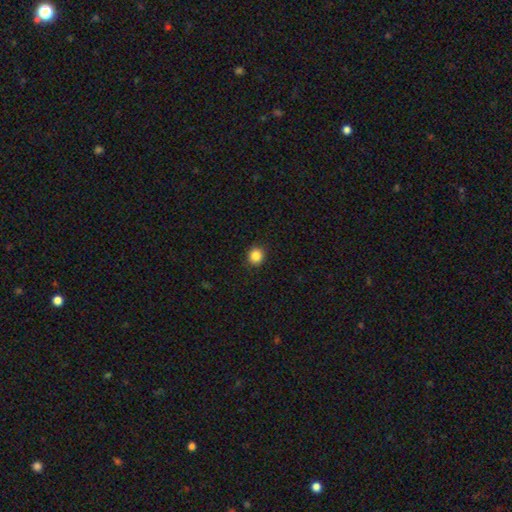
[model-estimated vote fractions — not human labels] smooth-or-featured: smooth: 87% | star or artifact: 10% | featured or disk: 3%
  how-rounded: round: 88% | in between: 11% | cigar-shaped: 1%
  merging: none: 91% | minor disturbance: 6% | major disturbance: 2% | merger: 1%